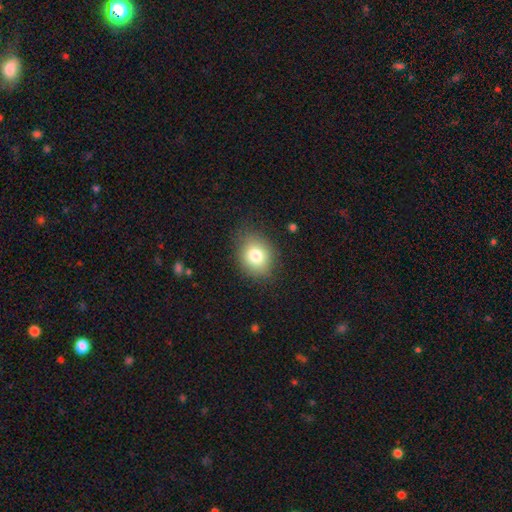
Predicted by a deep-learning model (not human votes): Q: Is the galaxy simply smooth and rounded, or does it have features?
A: smooth — 80%.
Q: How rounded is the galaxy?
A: round — 51%.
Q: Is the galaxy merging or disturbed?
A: none — 80%.